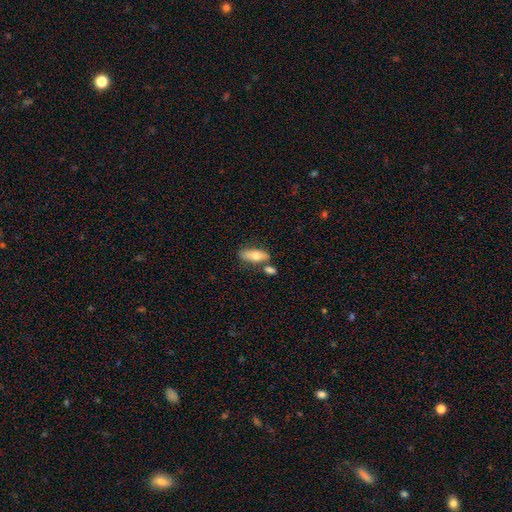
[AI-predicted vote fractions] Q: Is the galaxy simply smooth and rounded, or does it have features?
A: smooth — 66%.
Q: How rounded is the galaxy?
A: in between — 71%.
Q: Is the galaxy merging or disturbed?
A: none — 63%.